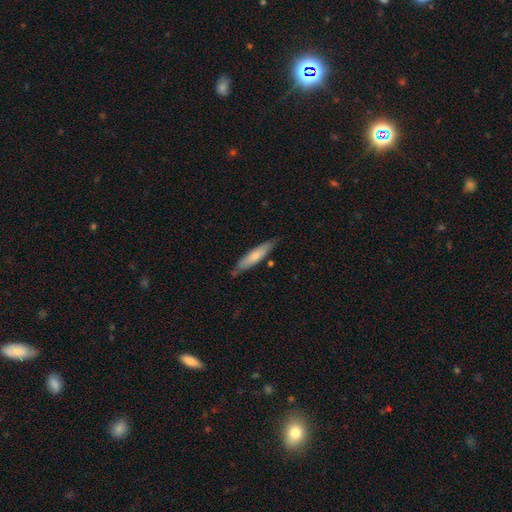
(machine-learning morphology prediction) The model was most divided on "smooth or featured": smooth: 68%, featured or disk: 27%, star or artifact: 5%. More confident: how rounded — cigar-shaped (79%); merging — none (76%).